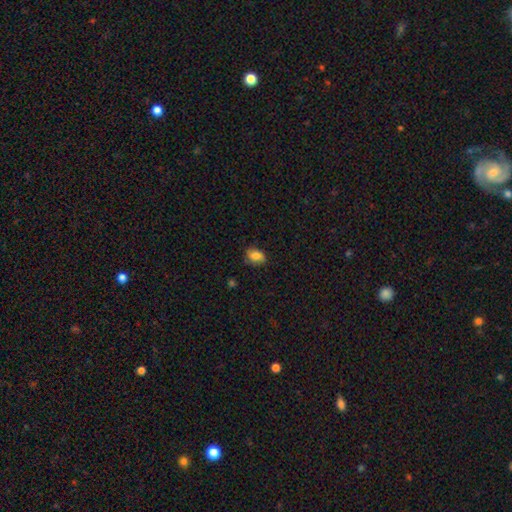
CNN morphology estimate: This is clearly a smooth galaxy (84%). How rounded: likely in between (78%). Merging: likely none (75%).